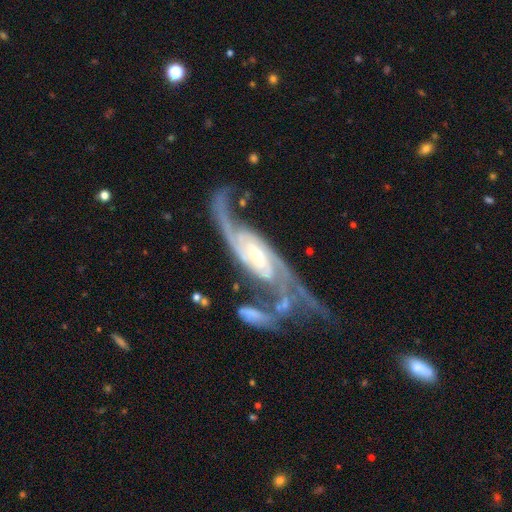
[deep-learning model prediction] smooth-or-featured: featured or disk: 92% | star or artifact: 4% | smooth: 4%
  disk-edge-on: no: 94% | yes: 6%
    bar: no: 39% | weak: 37% | strong: 24%
    has-spiral-arms: yes: 98% | no: 2%
      spiral-winding: medium: 43% | loose: 35% | tight: 22%
      spiral-arm-count: 2: 88% | can't tell: 3% | 3: 3% | 1: 2% | 4: 2% | more than 4: 2%
    bulge-size: moderate: 39% | small: 36% | large: 15% | none: 8% | dominant: 3%
  merging: none: 35% | merger: 29% | major disturbance: 20% | minor disturbance: 15%